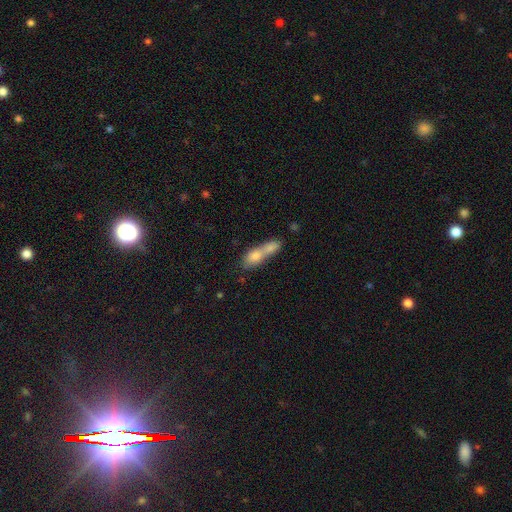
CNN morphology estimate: smooth 71%, featured or disk 21%, star or artifact 8%. Down the decision tree: how rounded — in between (58%); merging — merger (75%).